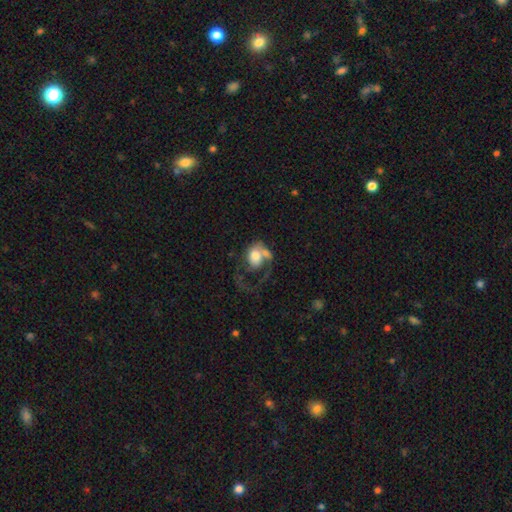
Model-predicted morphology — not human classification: A featured or disk galaxy (49%). Merging: major disturbance (43%).